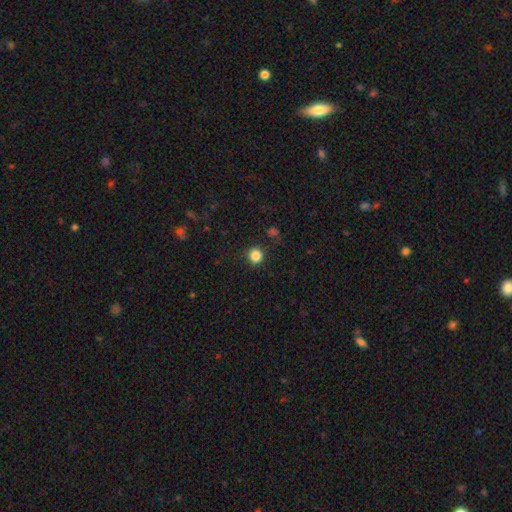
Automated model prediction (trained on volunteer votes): Smooth or featured? smooth (84%)
How rounded? round (92%)
Merging? none (90%)